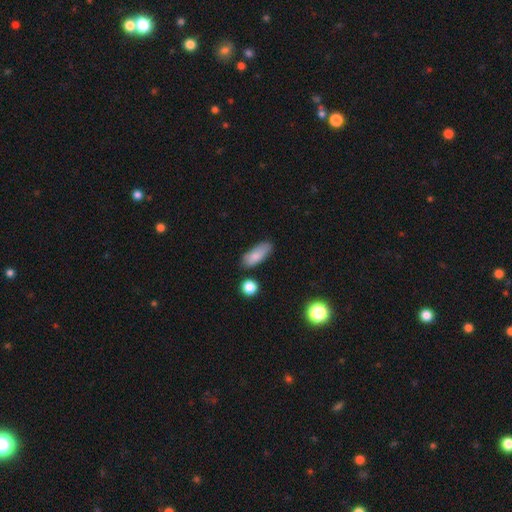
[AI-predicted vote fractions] Smooth or featured?
  - smooth: 83% *
  - featured or disk: 10%
  - star or artifact: 7%
How rounded?
  - in between: 77% *
  - cigar-shaped: 20%
  - round: 3%
Merging?
  - none: 72% *
  - minor disturbance: 20%
  - merger: 4%
  - major disturbance: 4%